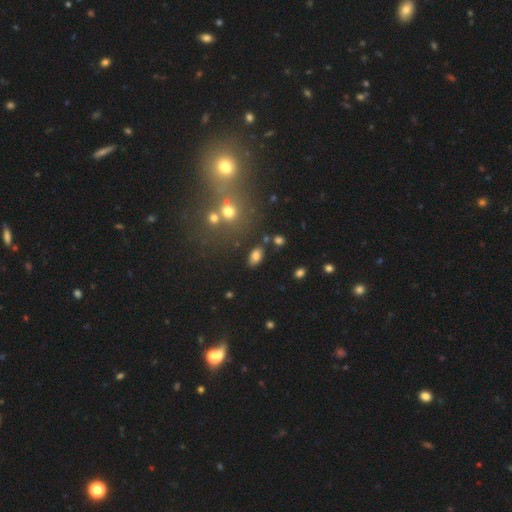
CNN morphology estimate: Smooth or featured? Predicted: smooth (p=0.79). How rounded? Predicted: in between (p=0.91). Merging? Predicted: none (p=0.82).